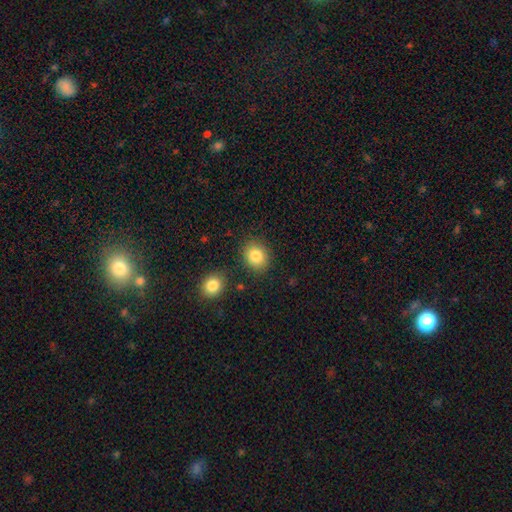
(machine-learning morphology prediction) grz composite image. It shows a smooth galaxy with no disk features (85%) that is round (68%). Merging: none (83%).